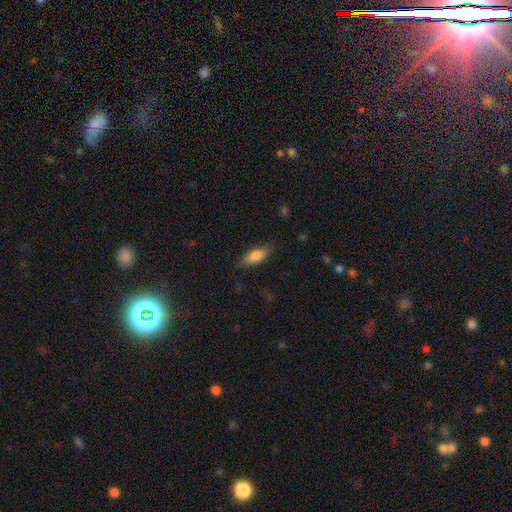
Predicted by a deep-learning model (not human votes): Overall: smooth (82%). How rounded: in between (72%). Merging: none (80%).